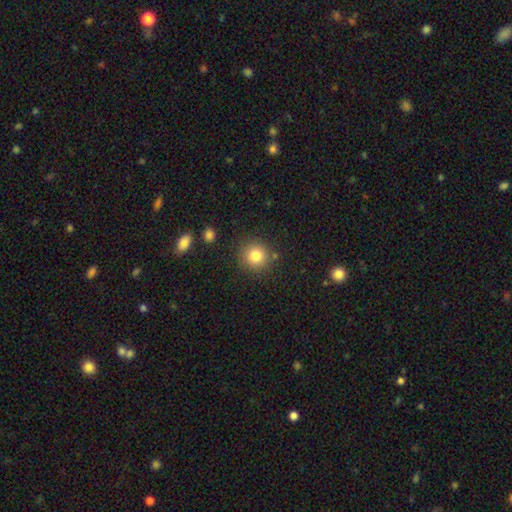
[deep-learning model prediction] smooth-or-featured: smooth: 83% | star or artifact: 11% | featured or disk: 6%
  how-rounded: round: 91% | in between: 8% | cigar-shaped: 1%
  merging: none: 85% | minor disturbance: 8% | merger: 4% | major disturbance: 3%